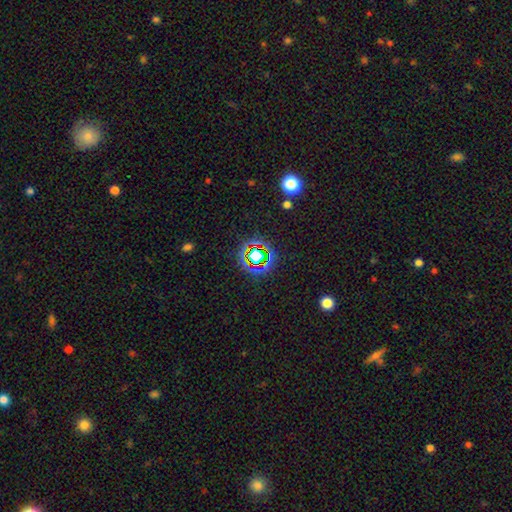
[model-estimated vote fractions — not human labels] smooth_or_featured: star or artifact (p=0.70) [alt: smooth p=0.19]